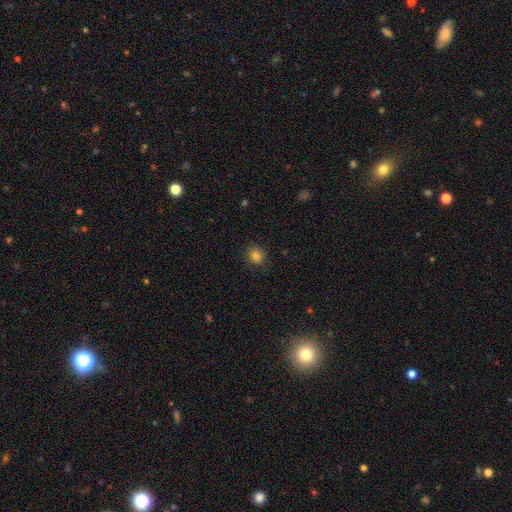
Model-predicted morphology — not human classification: Q: Smooth or featured?
A: smooth (83%); runner-up: star or artifact (12%)
Q: How rounded?
A: round (64%); runner-up: in between (35%)
Q: Merging?
A: none (85%); runner-up: minor disturbance (11%)